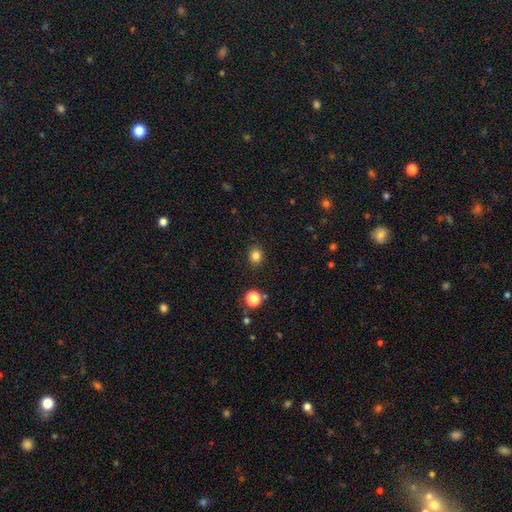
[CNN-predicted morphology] smooth-or-featured: smooth: 82% | star or artifact: 13% | featured or disk: 5%
  how-rounded: round: 79% | in between: 20% | cigar-shaped: 1%
  merging: none: 89% | minor disturbance: 7% | major disturbance: 2% | merger: 2%